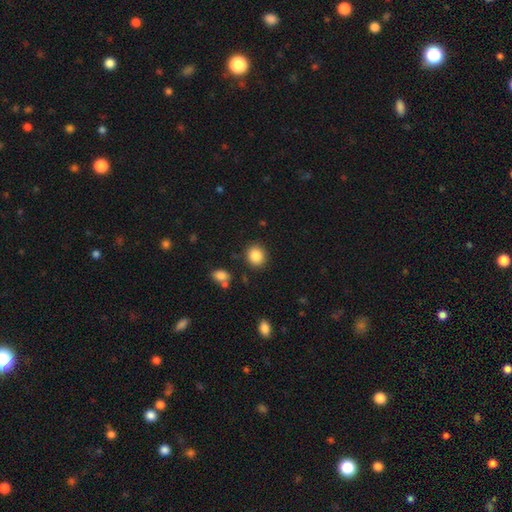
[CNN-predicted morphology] The model was most divided on "how rounded": round: 80%, in between: 19%, cigar-shaped: 1%. More confident: merging — none (87%); smooth or featured — smooth (86%).